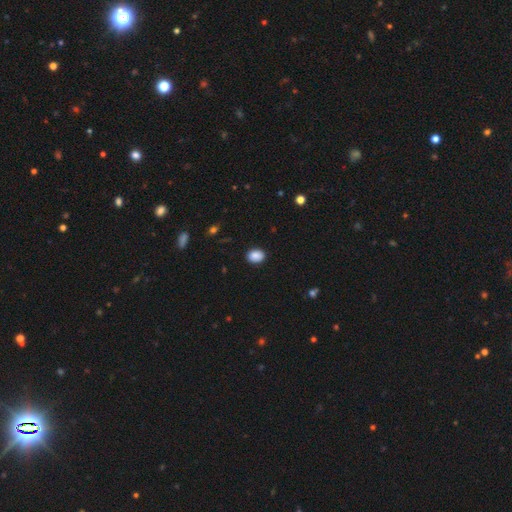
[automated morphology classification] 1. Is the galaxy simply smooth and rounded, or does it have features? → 89% smooth, 8% star or artifact, 3% featured or disk.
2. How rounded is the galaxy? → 65% in between, 34% round, 1% cigar-shaped.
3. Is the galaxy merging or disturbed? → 90% none, 7% minor disturbance, 2% major disturbance, 1% merger.